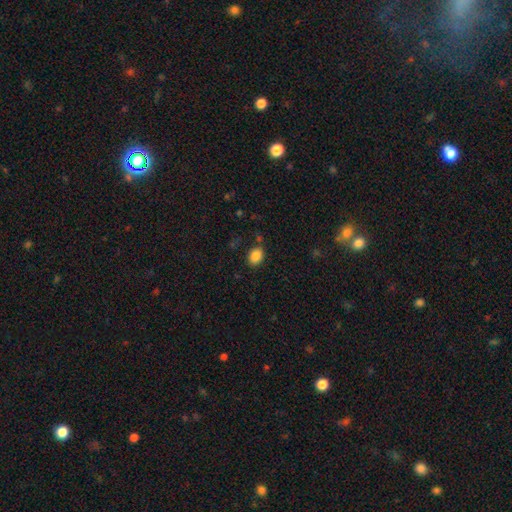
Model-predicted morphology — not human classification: A smooth galaxy with no disk features (86%) that is in between round and cigar-shaped (70%). Merging: none (81%).